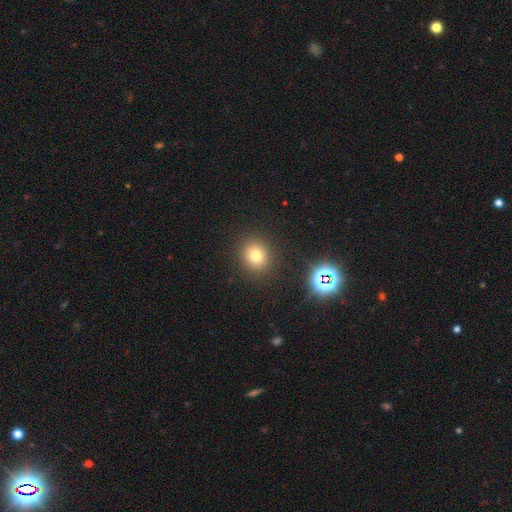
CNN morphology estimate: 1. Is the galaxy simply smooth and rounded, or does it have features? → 76% smooth, 16% star or artifact, 8% featured or disk.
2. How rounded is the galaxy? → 80% round, 19% in between, 1% cigar-shaped.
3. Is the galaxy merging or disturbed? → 88% none, 7% minor disturbance, 3% major disturbance, 2% merger.